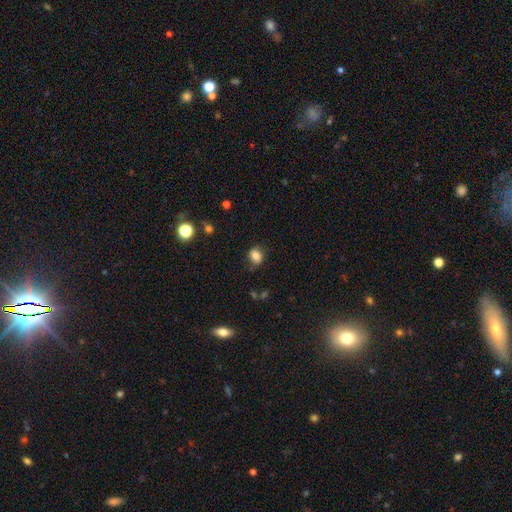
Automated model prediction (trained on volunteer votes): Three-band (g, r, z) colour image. It shows a smooth galaxy with no disk features (80%) that is round (52%). Merging: none (71%).